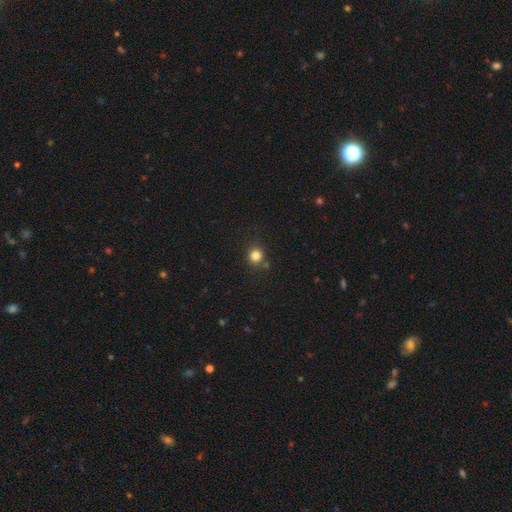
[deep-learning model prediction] Morphology: type=smooth (82%); roundness=round (87%); merging=none (79%).